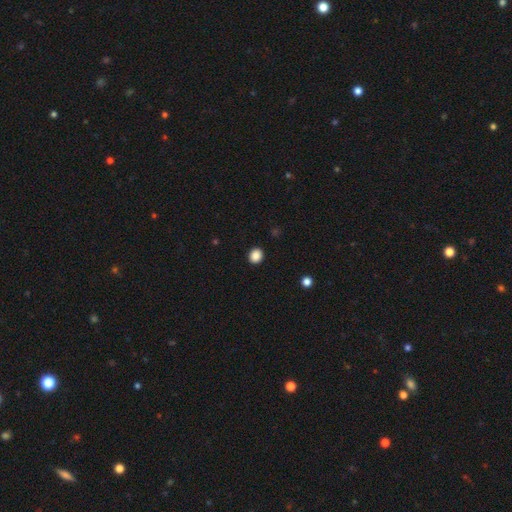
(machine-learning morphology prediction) Smooth or featured? smooth (87%)
How rounded? round (80%)
Merging? none (92%)